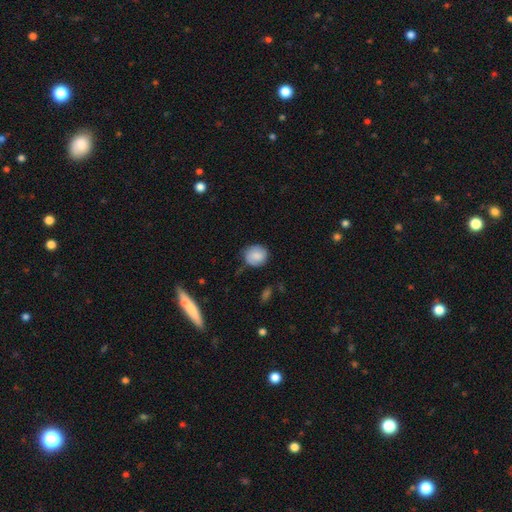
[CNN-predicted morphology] Smooth or featured: smooth — 81% (featured or disk — 12%)
How rounded: round — 82% (in between — 17%)
Merging: none — 78% (minor disturbance — 17%)